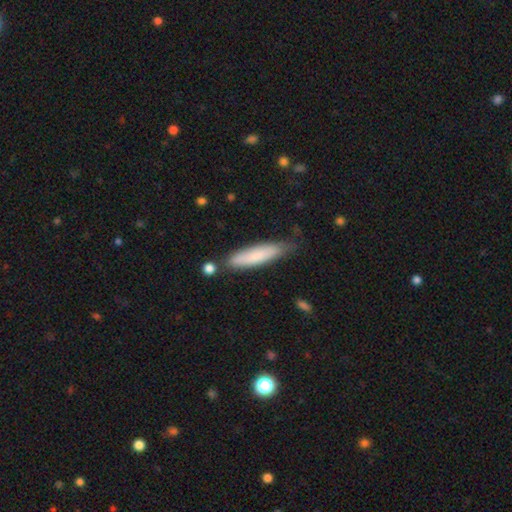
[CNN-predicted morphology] A smooth galaxy with no disk features (79%) that is cigar-shaped (81%).

Vote fractions:
- Smooth or featured? smooth: 79% / featured or disk: 15% / star or artifact: 6%
- How rounded? cigar-shaped: 81% / in between: 18% / round: 1%
- Merging? none: 73% / minor disturbance: 19% / merger: 4% / major disturbance: 4%